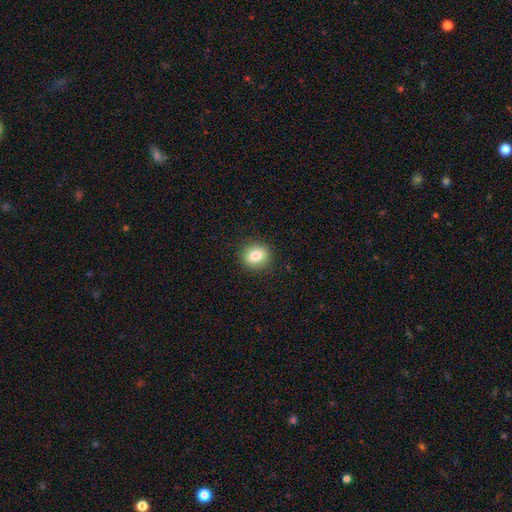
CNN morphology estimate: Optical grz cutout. It shows a smooth galaxy with no disk features (81%) that is round (64%). Merging: none (89%).